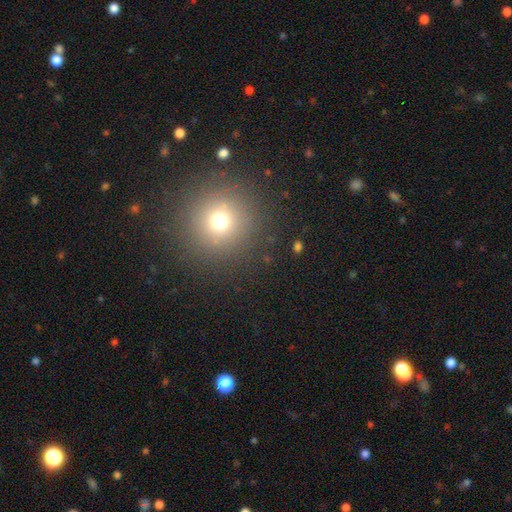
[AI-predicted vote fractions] A smooth galaxy with no disk features (63%) that is round (96%).

Vote fractions:
- Smooth or featured? smooth: 63% / star or artifact: 30% / featured or disk: 7%
- How rounded? round: 96% / in between: 3% / cigar-shaped: 1%
- Merging? none: 92% / minor disturbance: 5% / major disturbance: 2% / merger: 1%